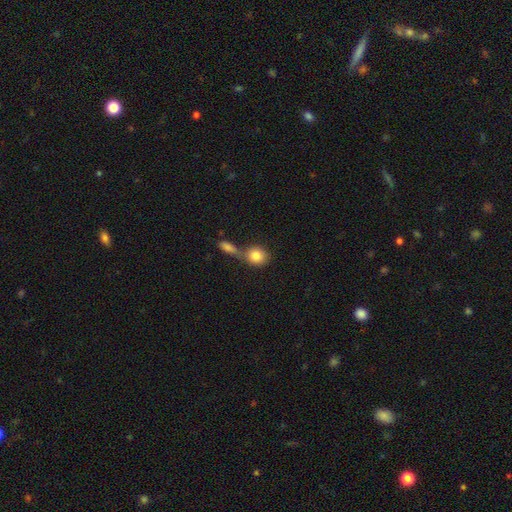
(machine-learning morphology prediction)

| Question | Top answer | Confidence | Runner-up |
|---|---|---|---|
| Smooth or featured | smooth | 83% | featured or disk (9%) |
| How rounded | round | 73% | in between (25%) |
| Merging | merger | 46% | none (40%) |